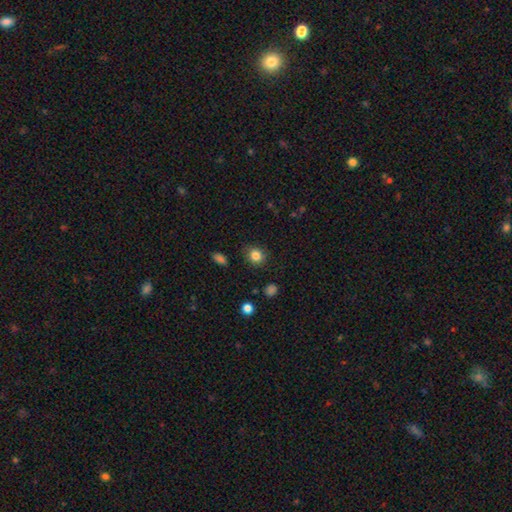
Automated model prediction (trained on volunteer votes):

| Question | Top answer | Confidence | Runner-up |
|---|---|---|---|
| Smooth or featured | smooth | 84% | star or artifact (11%) |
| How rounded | round | 75% | in between (24%) |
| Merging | none | 81% | minor disturbance (14%) |